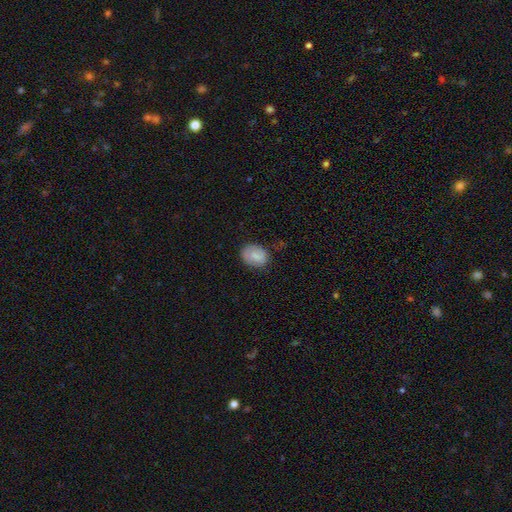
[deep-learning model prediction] This appears to be a smooth galaxy with no disk features (79%) that is in between round and cigar-shaped (53%). Merging: none (77%).